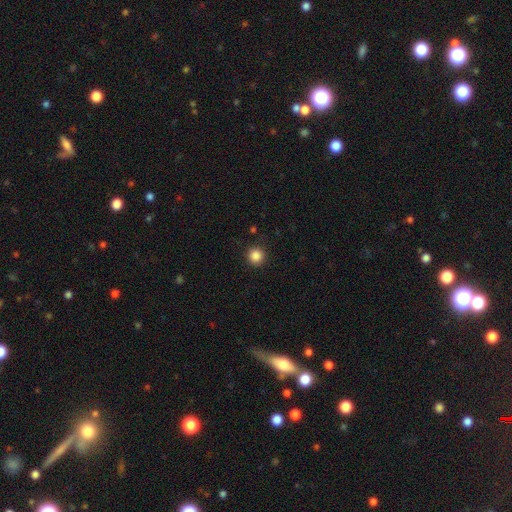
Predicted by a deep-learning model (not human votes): This is clearly a smooth galaxy (86%). How rounded: clearly round (96%). Merging: clearly none (92%).